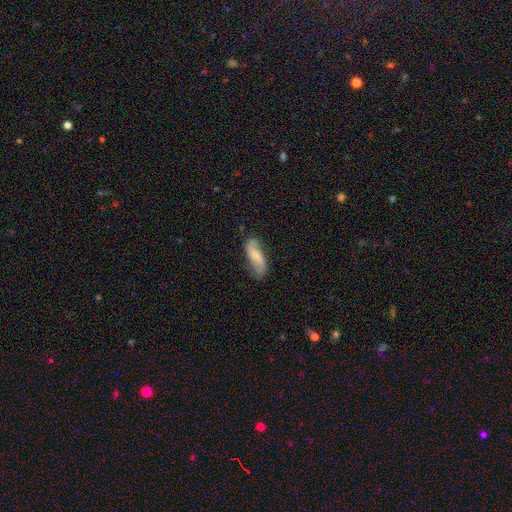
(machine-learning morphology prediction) smooth_or_featured: featured or disk (p=0.64) [alt: smooth p=0.30]
disk_edge_on: no (p=0.90) [alt: yes p=0.10]
bar: no (p=0.44) [alt: weak p=0.36]
has_spiral_arms: yes (p=0.89) [alt: no p=0.11]
spiral_winding: loose (p=0.75) [alt: medium p=0.17]
spiral_arm_count: 2 (p=0.90) [alt: can't tell p=0.05]
bulge_size: small (p=0.58) [alt: moderate p=0.33]
merging: none (p=0.69) [alt: minor disturbance p=0.22]